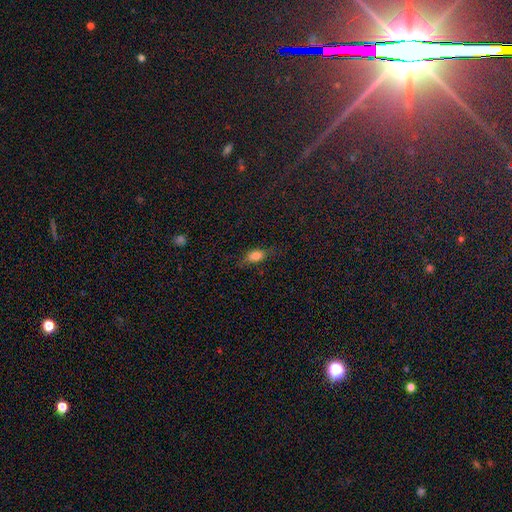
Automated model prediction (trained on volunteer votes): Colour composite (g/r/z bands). It shows a smooth galaxy with no disk features (76%) that is in between round and cigar-shaped (79%). Merging: none (70%).